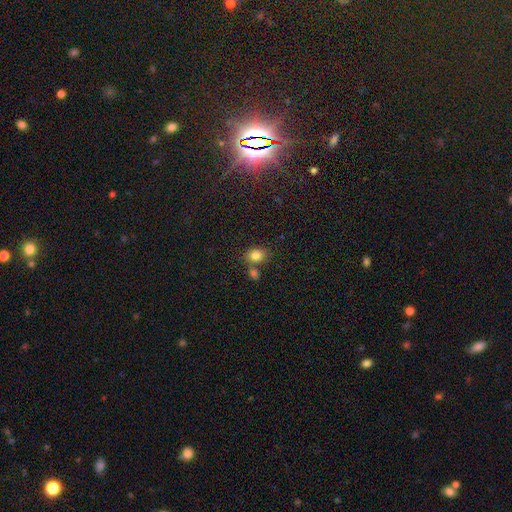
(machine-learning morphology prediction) A smooth galaxy with no disk features (83%) that is in between round and cigar-shaped (60%). Merging: none (56%).